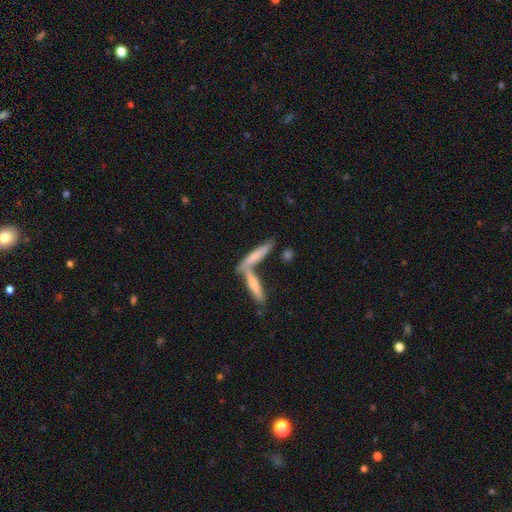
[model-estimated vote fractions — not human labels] Smooth or featured? Predicted: smooth (p=0.62). How rounded? Predicted: cigar-shaped (p=0.81). Merging? Predicted: merger (p=0.46).